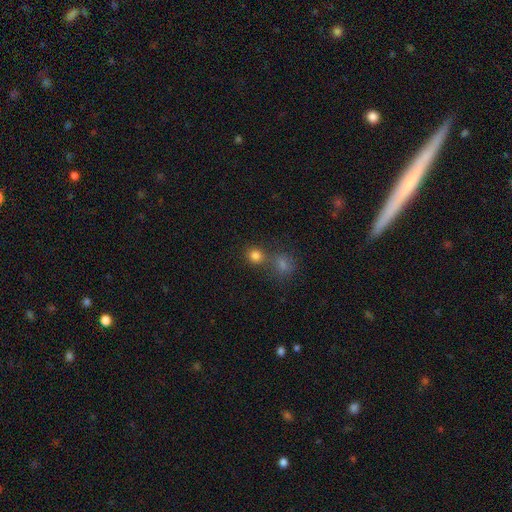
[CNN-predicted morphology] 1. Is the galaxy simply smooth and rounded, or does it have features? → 80% smooth, 14% star or artifact, 6% featured or disk.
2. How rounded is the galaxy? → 85% round, 14% in between, 1% cigar-shaped.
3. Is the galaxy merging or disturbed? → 57% none, 32% merger, 8% minor disturbance, 4% major disturbance.